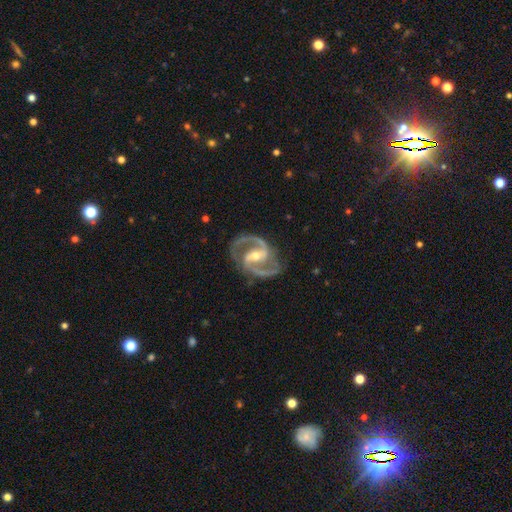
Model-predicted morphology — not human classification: Q: Smooth or featured?
A: featured or disk (94%); runner-up: star or artifact (4%)
Q: Edge-on disk?
A: no (98%); runner-up: yes (2%)
Q: Bar?
A: strong (45%); runner-up: weak (39%)
Q: Spiral arms?
A: yes (99%); runner-up: no (1%)
Q: Spiral winding?
A: medium (69%); runner-up: tight (21%)
Q: Spiral arm count?
A: 2 (94%); runner-up: 3 (2%)
Q: Bulge size?
A: moderate (57%); runner-up: small (40%)
Q: Merging?
A: none (82%); runner-up: minor disturbance (12%)